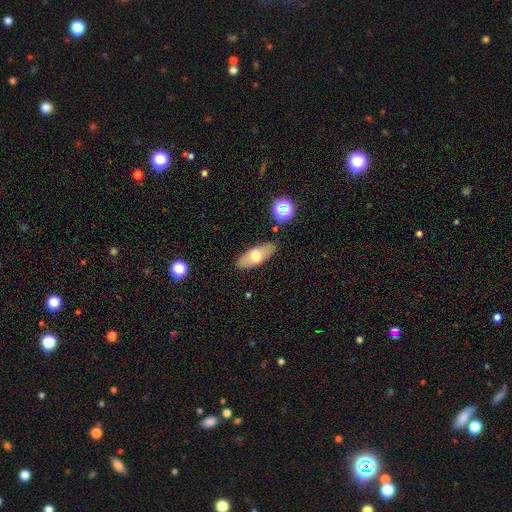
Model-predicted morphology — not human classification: smooth_or_featured: smooth (p=0.61) [alt: featured or disk p=0.31]
how_rounded: in between (p=0.82) [alt: cigar-shaped p=0.15]
merging: none (p=0.85) [alt: minor disturbance p=0.10]